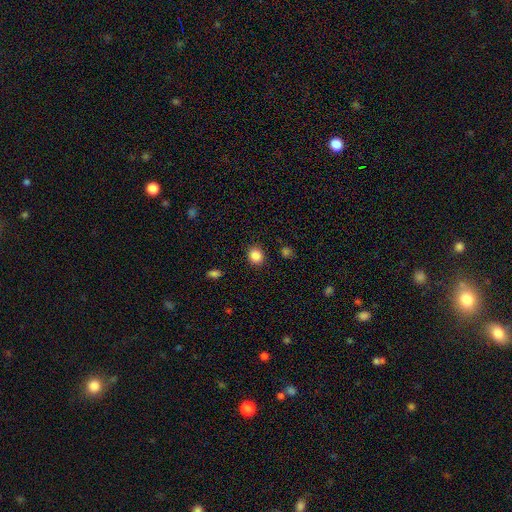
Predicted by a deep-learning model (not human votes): Morphology: type=smooth (86%); roundness=round (76%); merging=none (89%).